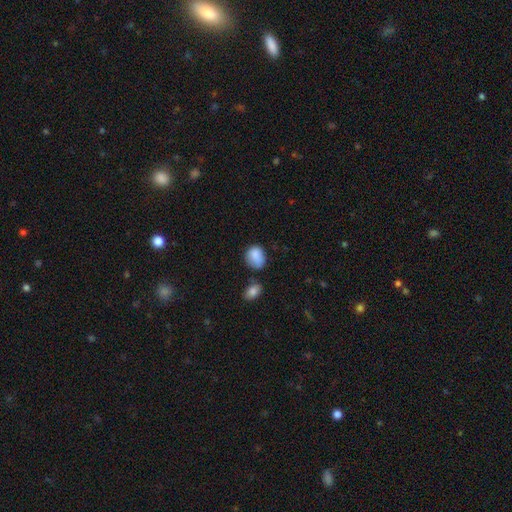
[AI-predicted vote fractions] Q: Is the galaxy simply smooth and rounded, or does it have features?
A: smooth — 85%.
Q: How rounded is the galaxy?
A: round — 51%.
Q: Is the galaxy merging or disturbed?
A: none — 46%.